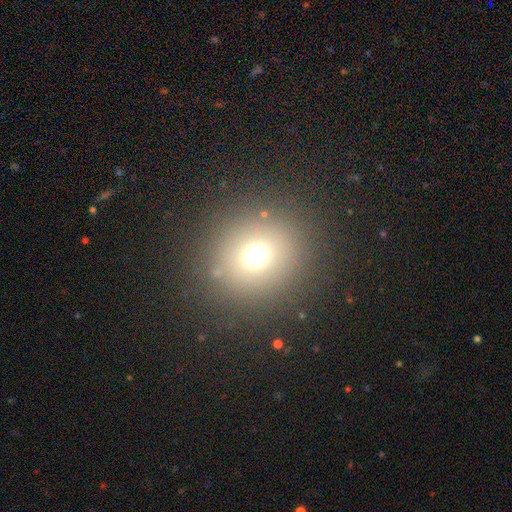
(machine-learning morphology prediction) This is likely a smooth galaxy (67%). How rounded: clearly round (89%). Merging: clearly none (86%).